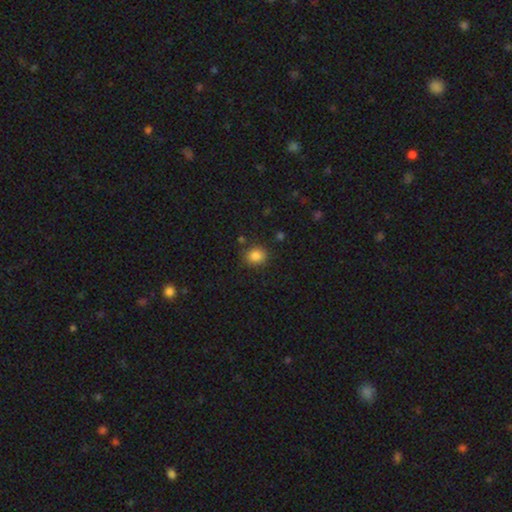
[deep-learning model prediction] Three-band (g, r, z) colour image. It shows a smooth galaxy with no disk features (84%) that is round (73%). Merging: none (85%).